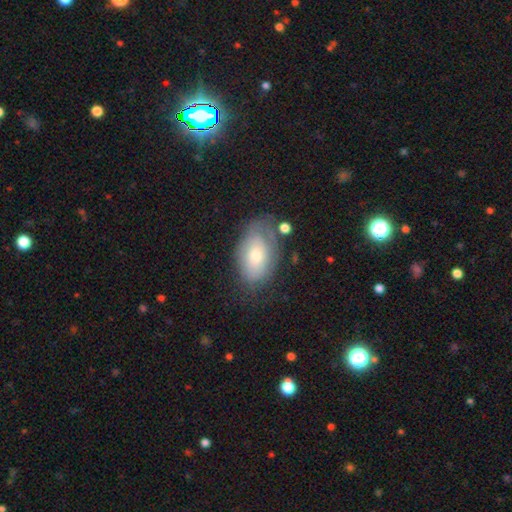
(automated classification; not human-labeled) Smooth or featured? smooth (61%)
How rounded? in between (91%)
Merging? none (57%)